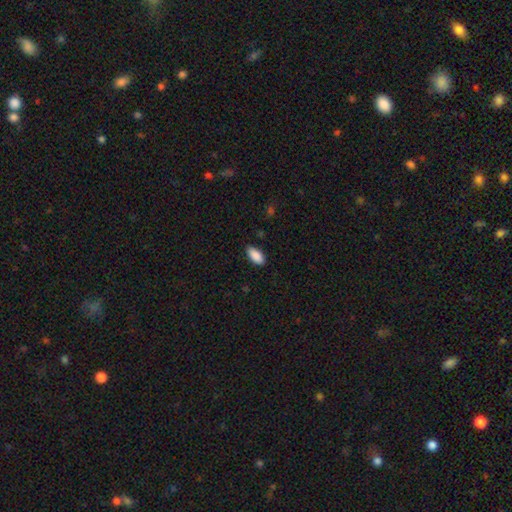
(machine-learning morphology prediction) smooth 90%, star or artifact 7%, featured or disk 3%. Down the decision tree: how rounded — in between (91%); merging — none (86%).